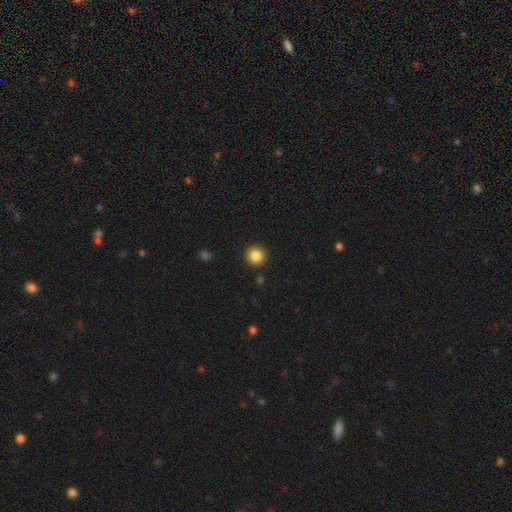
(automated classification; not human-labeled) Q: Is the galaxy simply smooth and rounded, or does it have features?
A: smooth — 86%.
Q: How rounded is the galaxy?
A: round — 94%.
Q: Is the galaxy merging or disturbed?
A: none — 92%.